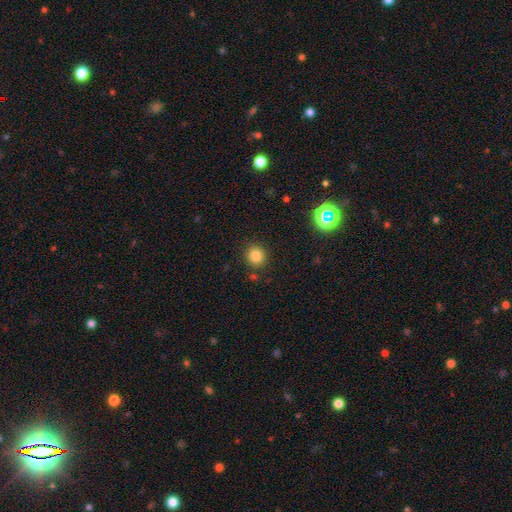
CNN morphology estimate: Smooth or featured? Predicted: smooth (p=0.82). How rounded? Predicted: round (p=0.88). Merging? Predicted: none (p=0.86).